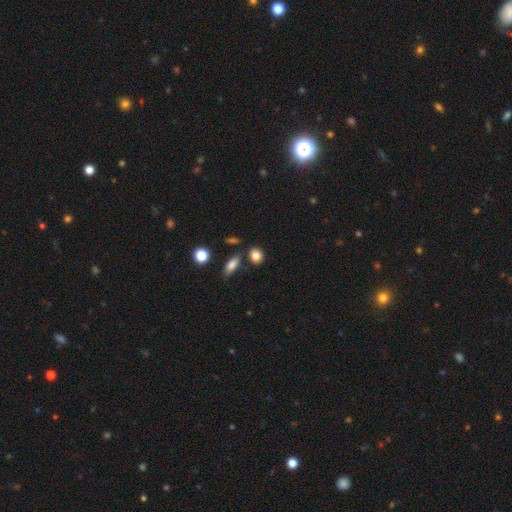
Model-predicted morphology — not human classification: smooth_or_featured: smooth (p=0.84) [alt: star or artifact p=0.10]
how_rounded: round (p=0.60) [alt: in between p=0.38]
merging: none (p=0.78) [alt: minor disturbance p=0.11]